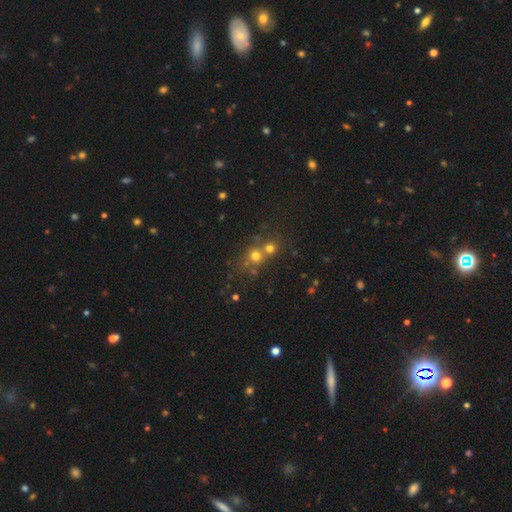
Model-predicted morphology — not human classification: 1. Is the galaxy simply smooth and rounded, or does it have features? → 66% smooth, 21% star or artifact, 13% featured or disk.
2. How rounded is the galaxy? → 84% round, 14% in between, 1% cigar-shaped.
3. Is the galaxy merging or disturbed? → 48% none, 41% merger, 7% minor disturbance, 4% major disturbance.